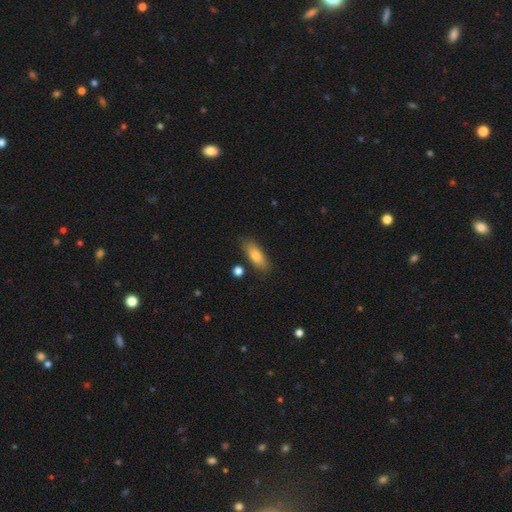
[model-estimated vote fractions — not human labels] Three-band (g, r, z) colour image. It shows a smooth galaxy with no disk features (79%) that is in between round and cigar-shaped (69%). Merging: none (82%).